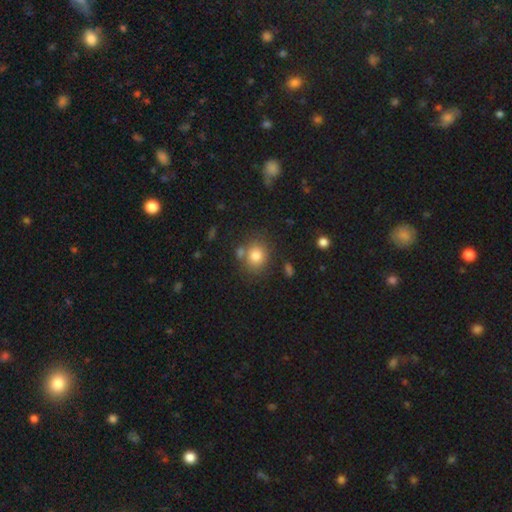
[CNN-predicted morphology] Smooth or featured: smooth — 81% (star or artifact — 10%)
How rounded: round — 74% (in between — 25%)
Merging: none — 70% (merger — 13%)